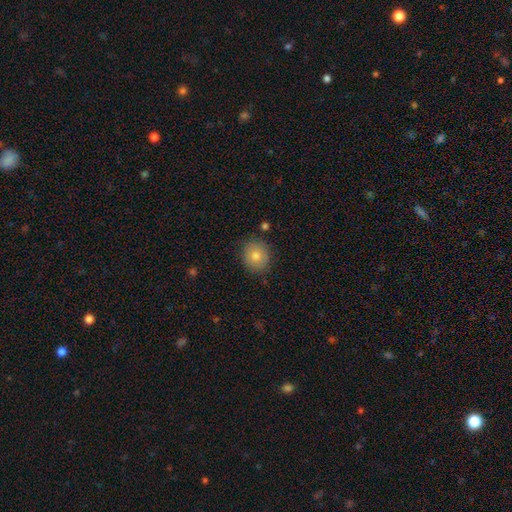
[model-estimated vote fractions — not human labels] Overall: smooth (79%). How rounded: round (79%). Merging: none (87%).